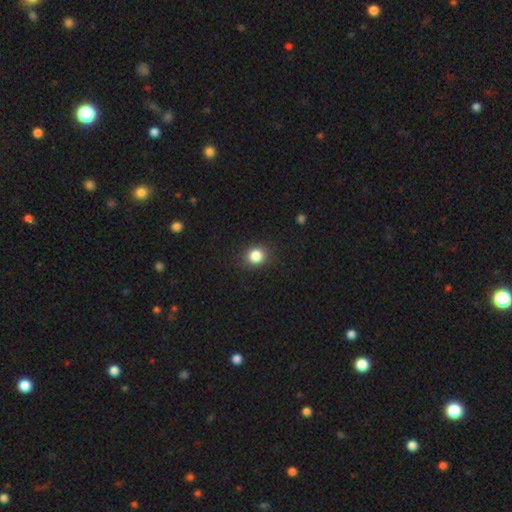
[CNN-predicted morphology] Smooth or featured? smooth (84%)
How rounded? round (81%)
Merging? none (87%)